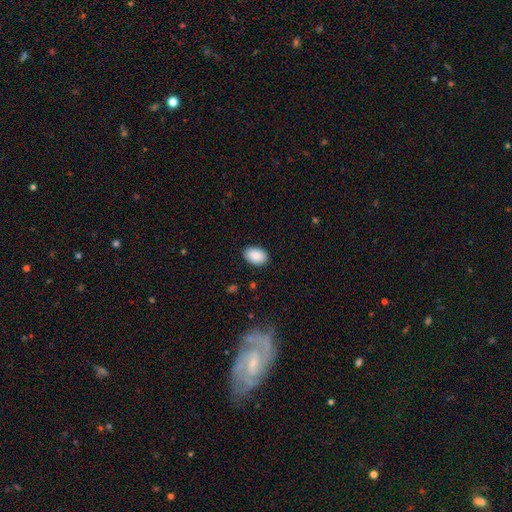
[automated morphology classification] The model was most divided on "how rounded": in between: 86%, round: 13%, cigar-shaped: 1%. More confident: smooth or featured — smooth (90%); merging — none (88%).